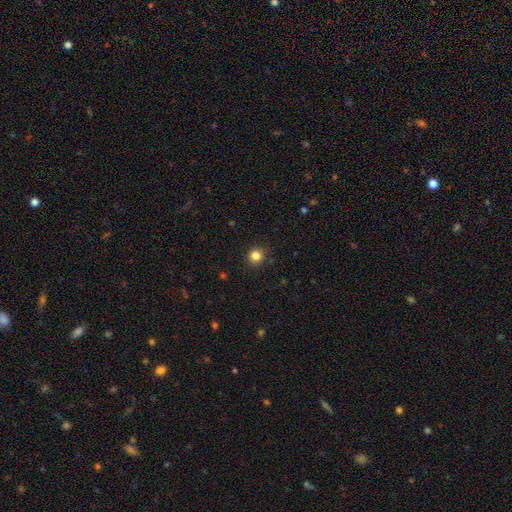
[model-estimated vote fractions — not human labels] A smooth galaxy with no disk features (83%) that is round (90%).

Vote fractions:
- Smooth or featured? smooth: 83% / star or artifact: 12% / featured or disk: 5%
- How rounded? round: 90% / in between: 9% / cigar-shaped: 1%
- Merging? none: 91% / minor disturbance: 6% / major disturbance: 2% / merger: 1%